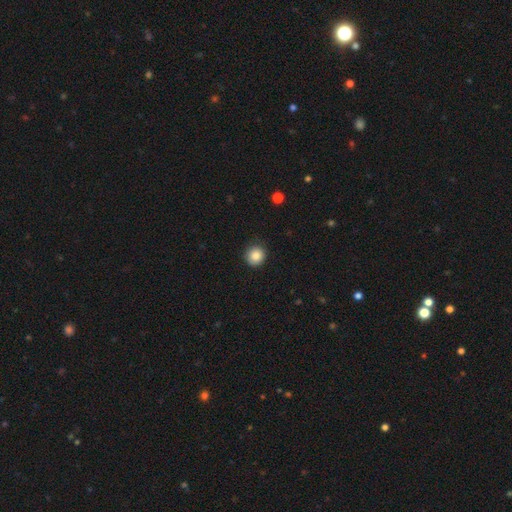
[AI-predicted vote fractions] The model was most divided on "smooth or featured": smooth: 86%, star or artifact: 9%, featured or disk: 4%. More confident: how rounded — round (92%); merging — none (88%).